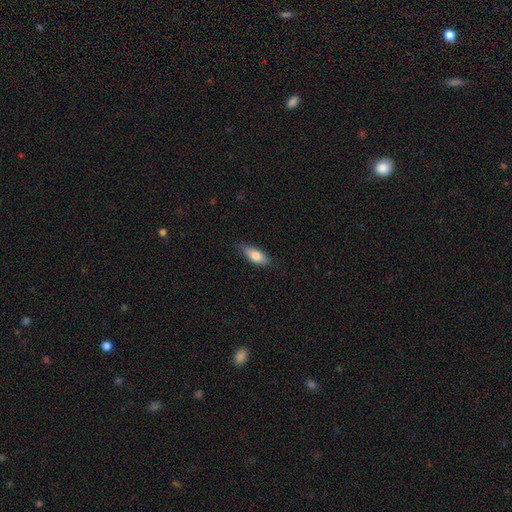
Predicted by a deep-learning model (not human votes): Q: Smooth or featured?
A: smooth (79%); runner-up: featured or disk (14%)
Q: How rounded?
A: in between (77%); runner-up: cigar-shaped (20%)
Q: Merging?
A: none (79%); runner-up: minor disturbance (17%)